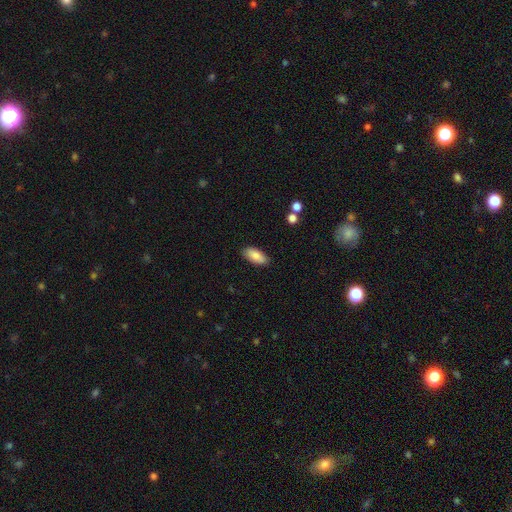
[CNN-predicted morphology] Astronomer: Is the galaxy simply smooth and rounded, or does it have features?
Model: smooth — 85%.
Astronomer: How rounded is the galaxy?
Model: in between — 87%.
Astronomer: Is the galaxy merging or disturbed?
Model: none — 87%.